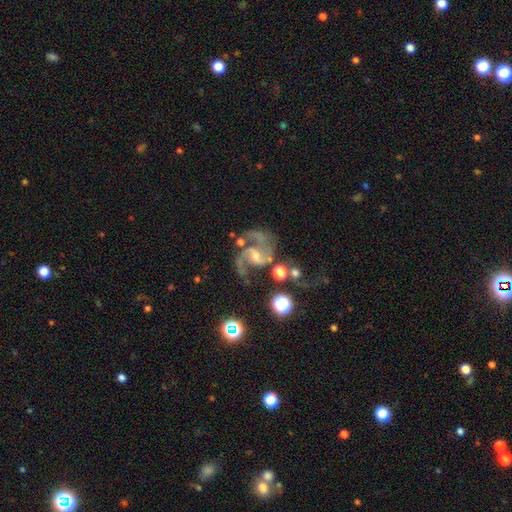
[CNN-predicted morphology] Smooth or featured: featured or disk — 89% (star or artifact — 8%)
Edge-on disk: no — 98% (yes — 2%)
Bar: weak — 48% (no — 33%)
Spiral arms: yes — 98% (no — 2%)
Spiral winding: medium — 58% (loose — 29%)
Spiral arm count: 2 — 78% (3 — 10%)
Bulge size: small — 57% (moderate — 36%)
Merging: none — 51% (major disturbance — 20%)